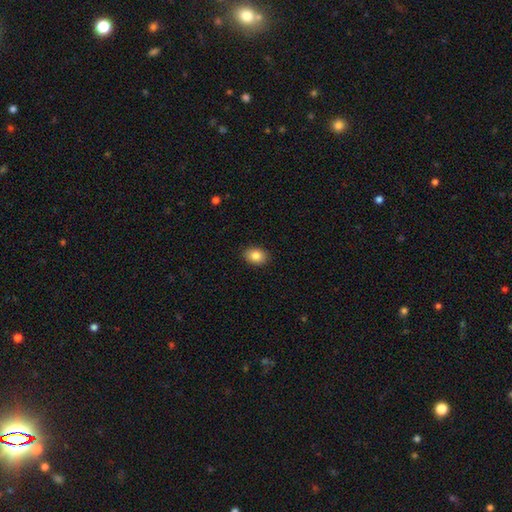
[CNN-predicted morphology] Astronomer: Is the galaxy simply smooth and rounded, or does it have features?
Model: smooth — 85%.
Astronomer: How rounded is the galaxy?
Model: in between — 71%.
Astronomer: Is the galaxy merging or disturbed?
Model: none — 90%.